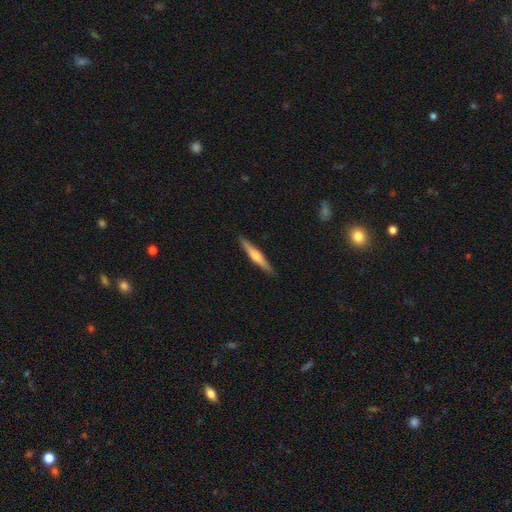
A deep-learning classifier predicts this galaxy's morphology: Overall: featured or disk (51%; smooth 43%). Edge-on disk: yes (97%). Merging: none (91%).